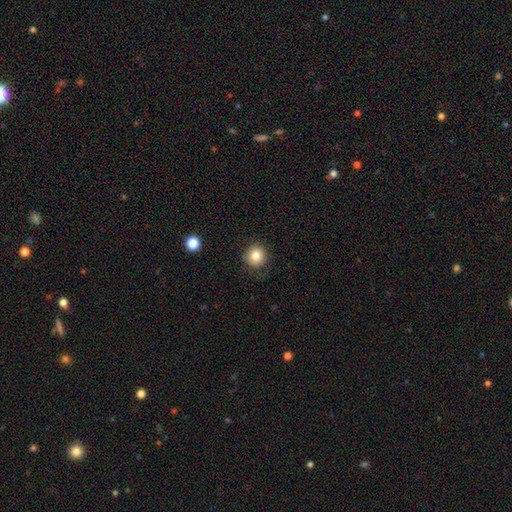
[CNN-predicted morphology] A smooth galaxy with no disk features (83%) that is round (92%). Merging: none (83%).